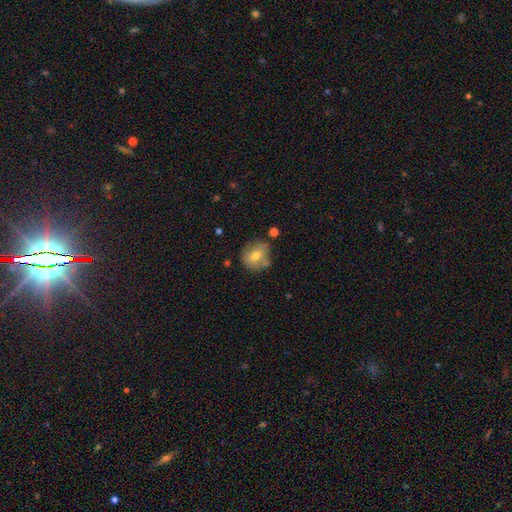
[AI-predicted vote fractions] smooth 67%, featured or disk 23%, star or artifact 10%. Down the decision tree: how rounded — round (79%); merging — none (63%).